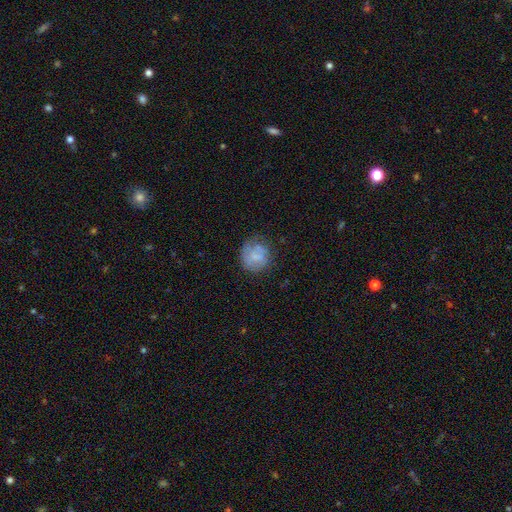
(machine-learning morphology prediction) A smooth galaxy with no disk features (56%) that is round (82%). Merging: none (59%).